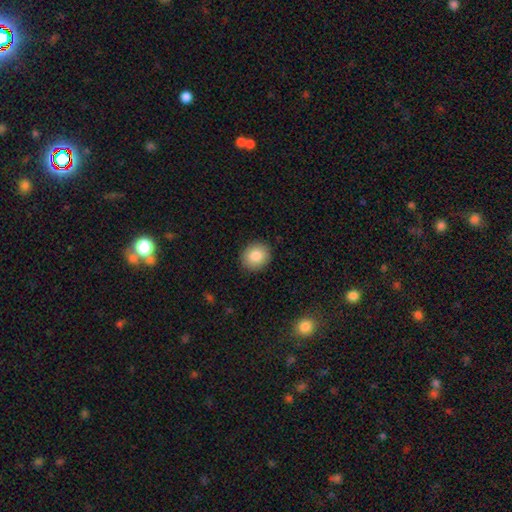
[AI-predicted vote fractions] The model was most divided on "how rounded": round: 74%, in between: 25%, cigar-shaped: 1%. More confident: merging — none (90%); smooth or featured — smooth (86%).